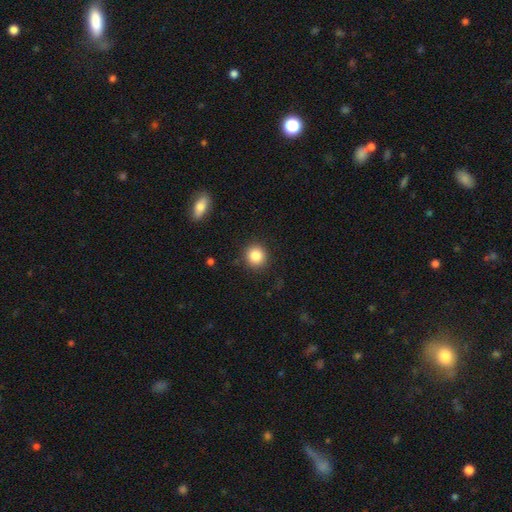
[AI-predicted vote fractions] smooth_or_featured: smooth (p=0.85) [alt: star or artifact p=0.10]
how_rounded: round (p=0.91) [alt: in between p=0.08]
merging: none (p=0.90) [alt: minor disturbance p=0.07]